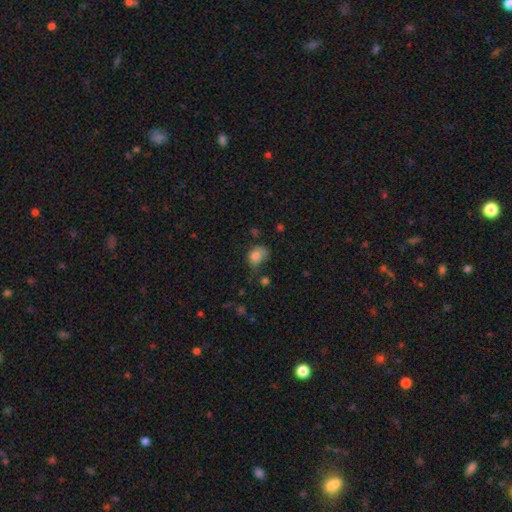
Smooth or featured: smooth — 72% (featured or disk — 18%)
How rounded: in between — 61% (round — 39%)
Merging: none — 37% (minor disturbance — 34%)